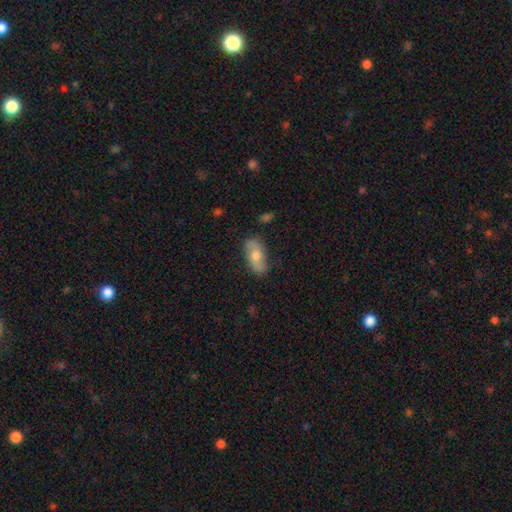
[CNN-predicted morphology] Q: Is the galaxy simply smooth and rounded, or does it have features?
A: smooth — 56%.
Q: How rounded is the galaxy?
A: in between — 88%.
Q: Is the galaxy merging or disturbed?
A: none — 76%.